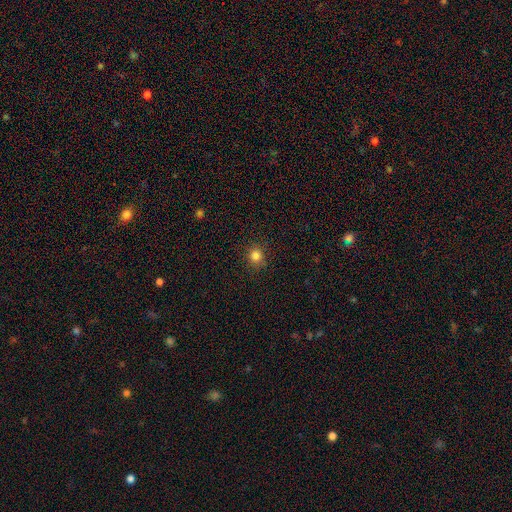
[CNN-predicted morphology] smooth_or_featured: smooth (p=0.83) [alt: star or artifact p=0.13]
how_rounded: round (p=0.89) [alt: in between p=0.10]
merging: none (p=0.89) [alt: minor disturbance p=0.08]